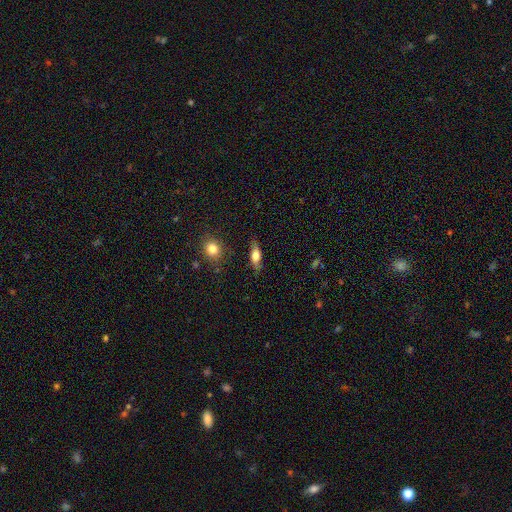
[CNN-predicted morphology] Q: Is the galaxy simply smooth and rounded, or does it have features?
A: smooth — 56%.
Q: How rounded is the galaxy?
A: in between — 58%.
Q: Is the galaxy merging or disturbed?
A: none — 79%.